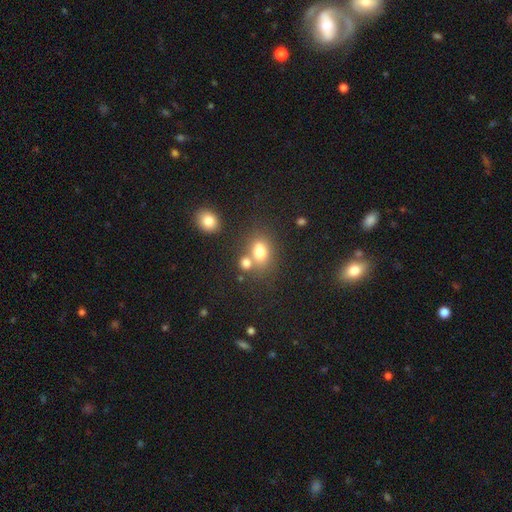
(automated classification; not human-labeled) Morphology: type=smooth (72%); roundness=in between (67%); merging=none (56%).